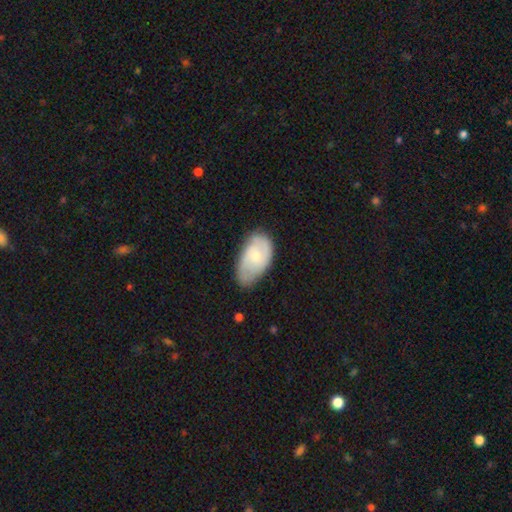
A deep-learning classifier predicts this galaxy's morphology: smooth-or-featured: featured or disk: 51% | smooth: 43% | star or artifact: 6%
  disk-edge-on: no: 94% | yes: 6%
  merging: none: 60% | minor disturbance: 31% | major disturbance: 7% | merger: 2%